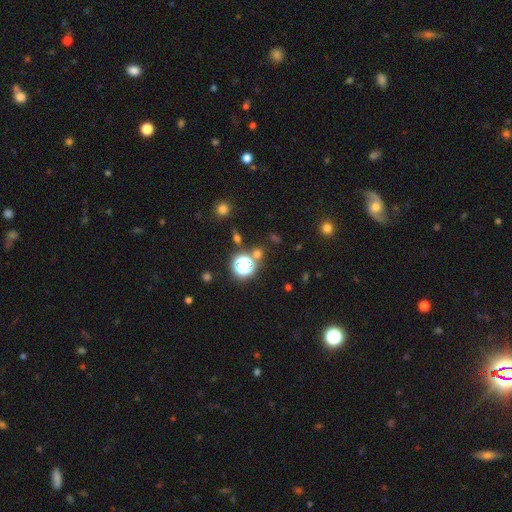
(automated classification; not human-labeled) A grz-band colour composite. It shows a star or artifact, not a galaxy (65%).